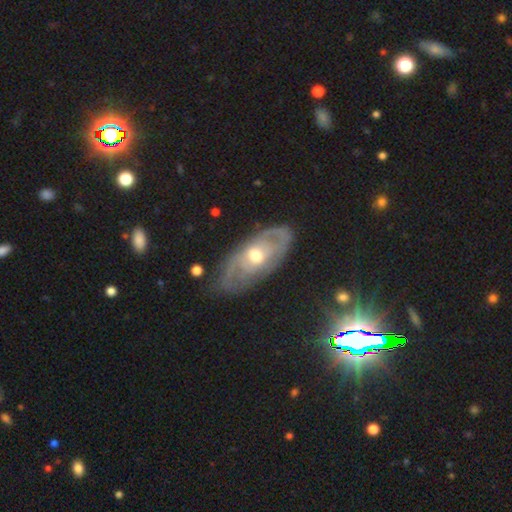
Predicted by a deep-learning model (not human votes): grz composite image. It shows a featured or disk galaxy (73%) with no bar (68%), spiral arms (68%) and a moderate central bulge (71%). Merging: none (67%).